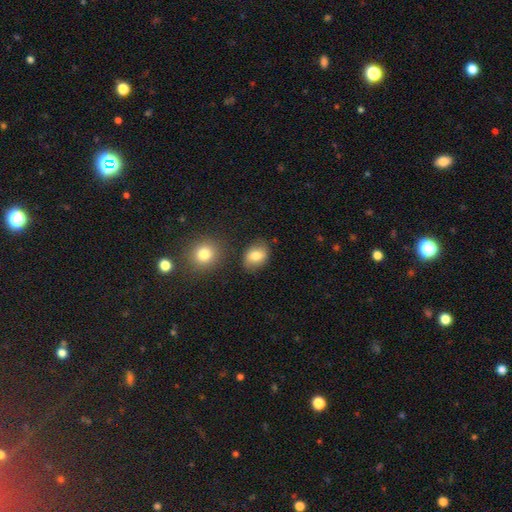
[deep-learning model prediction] smooth-or-featured: smooth: 73% | featured or disk: 17% | star or artifact: 9%
  how-rounded: in between: 57% | round: 42% | cigar-shaped: 1%
  merging: none: 74% | minor disturbance: 17% | major disturbance: 4% | merger: 4%